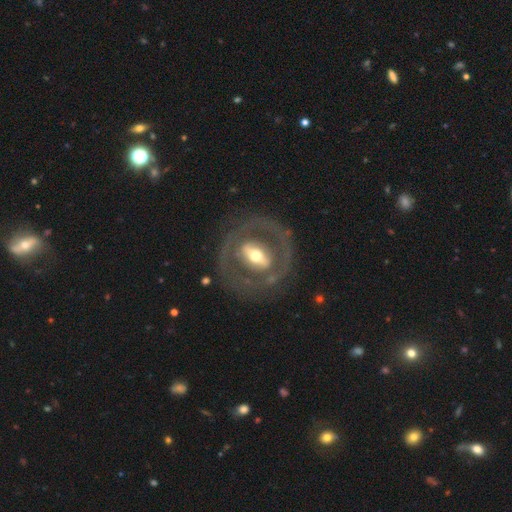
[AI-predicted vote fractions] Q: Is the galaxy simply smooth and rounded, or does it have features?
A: featured or disk — 73%.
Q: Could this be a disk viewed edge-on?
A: no — 90%.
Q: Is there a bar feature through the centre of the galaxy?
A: strong — 52%.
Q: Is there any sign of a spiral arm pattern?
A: no — 72%.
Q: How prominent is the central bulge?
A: moderate — 60%.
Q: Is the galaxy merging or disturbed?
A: none — 73%.